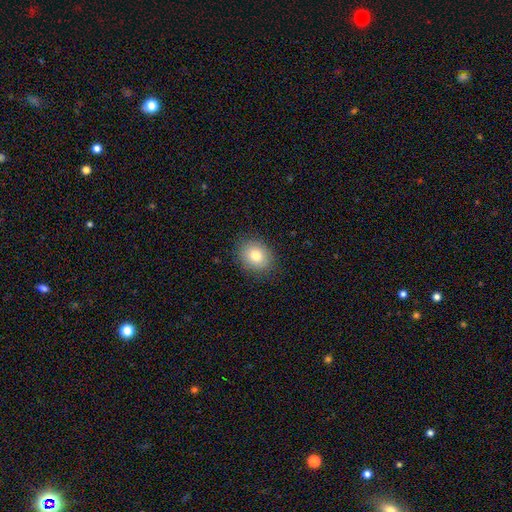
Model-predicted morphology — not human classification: Smooth or featured? Predicted: smooth (p=0.81). How rounded? Predicted: round (p=0.51). Merging? Predicted: none (p=0.86).